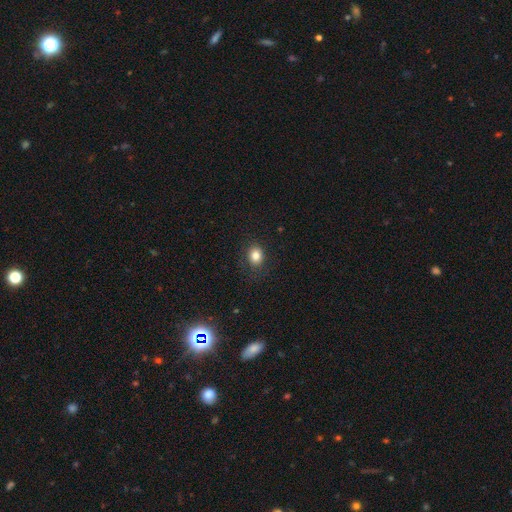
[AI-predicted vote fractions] The model was most divided on "how rounded": round: 55%, in between: 44%, cigar-shaped: 1%. More confident: smooth or featured — smooth (83%); merging — none (82%).